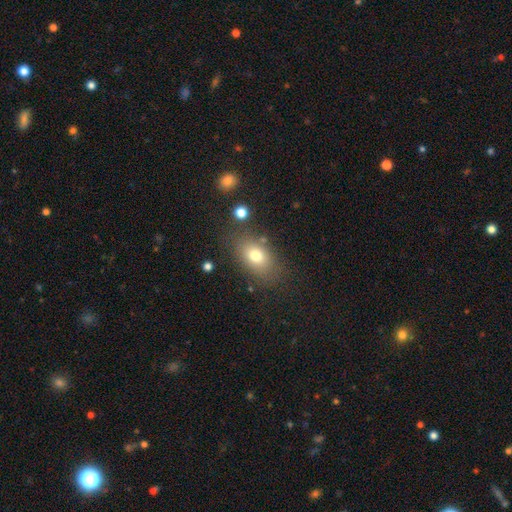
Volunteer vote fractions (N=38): Smooth or featured? 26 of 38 (68%) said smooth. How rounded? 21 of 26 (81%) said in between. Merging? 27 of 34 (79%) said none.